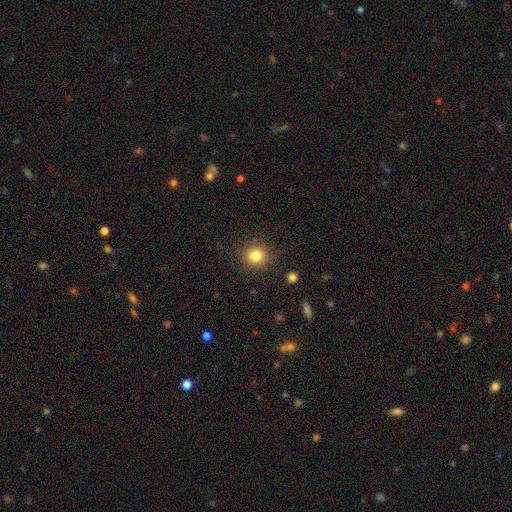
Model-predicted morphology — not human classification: Smooth or featured?
  - smooth: 82% *
  - star or artifact: 12%
  - featured or disk: 6%
How rounded?
  - round: 87% *
  - in between: 12%
  - cigar-shaped: 1%
Merging?
  - none: 88% *
  - minor disturbance: 8%
  - major disturbance: 3%
  - merger: 2%